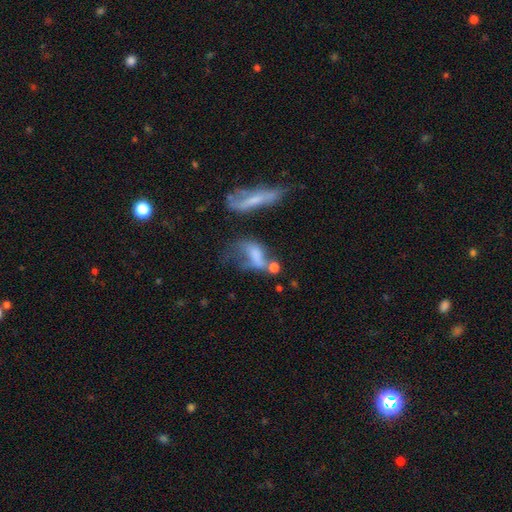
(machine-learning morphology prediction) Smooth or featured?
  - smooth: 50% *
  - featured or disk: 37%
  - star or artifact: 12%
How rounded?
  - in between: 71% *
  - cigar-shaped: 19%
  - round: 10%
Merging?
  - merger: 36% *
  - major disturbance: 35%
  - none: 16%
  - minor disturbance: 14%